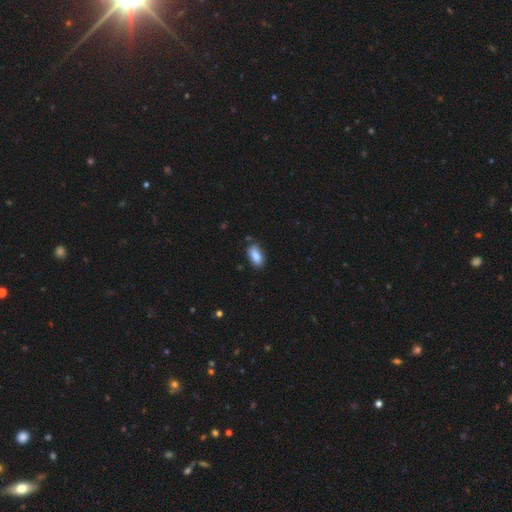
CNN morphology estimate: Smooth or featured: smooth — 88% (star or artifact — 7%)
How rounded: in between — 90% (cigar-shaped — 7%)
Merging: none — 78% (minor disturbance — 17%)